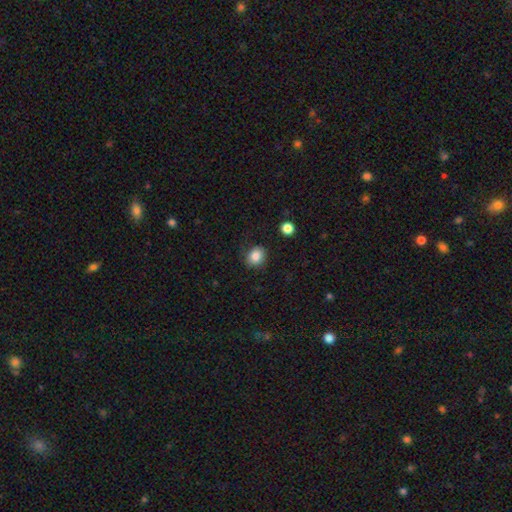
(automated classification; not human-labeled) A smooth galaxy with no disk features (84%) that is round (70%).

Vote fractions:
- Smooth or featured? smooth: 84% / star or artifact: 10% / featured or disk: 7%
- How rounded? round: 70% / in between: 29% / cigar-shaped: 1%
- Merging? none: 78% / minor disturbance: 14% / major disturbance: 5% / merger: 2%